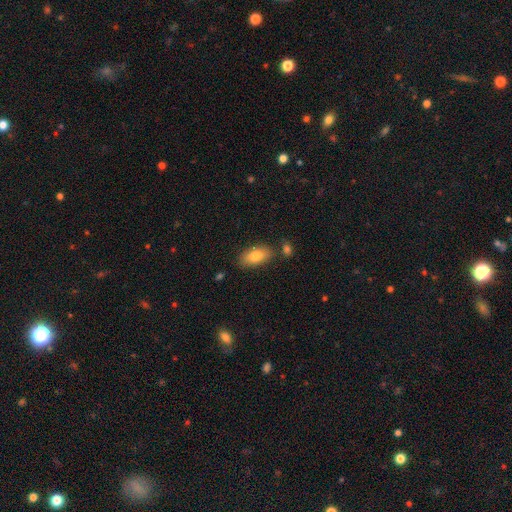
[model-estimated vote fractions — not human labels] The model was most divided on "smooth or featured": smooth: 78%, featured or disk: 15%, star or artifact: 7%. More confident: how rounded — in between (90%); merging — none (79%).